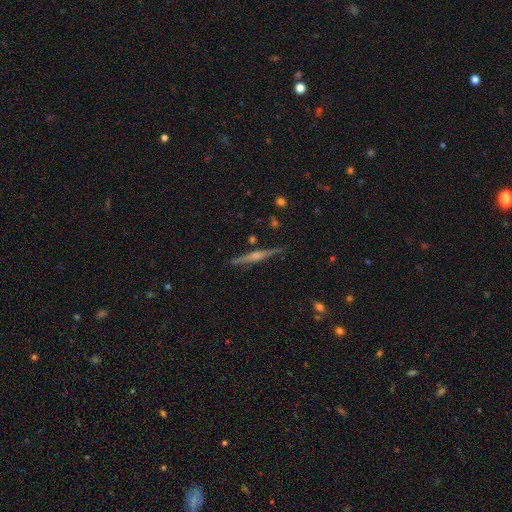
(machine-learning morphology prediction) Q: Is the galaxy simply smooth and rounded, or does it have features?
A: featured or disk — 75%.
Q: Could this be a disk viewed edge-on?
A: yes — 98%.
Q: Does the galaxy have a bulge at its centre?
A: rounded — 69%.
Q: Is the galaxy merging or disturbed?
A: none — 89%.